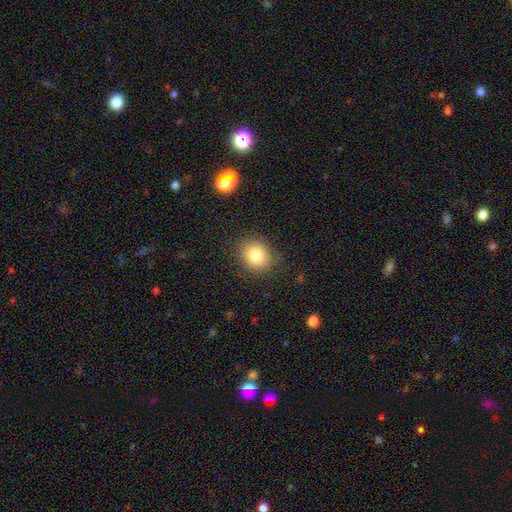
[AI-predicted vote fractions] This is clearly a smooth galaxy (81%). How rounded: likely round (72%). Merging: clearly none (86%).